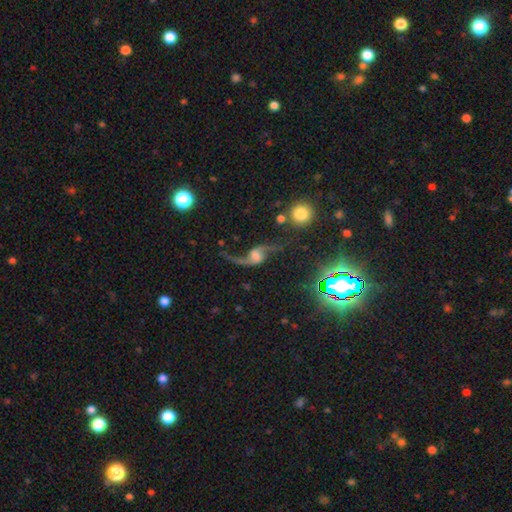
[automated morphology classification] smooth-or-featured: featured or disk: 83% | star or artifact: 9% | smooth: 8%
  disk-edge-on: no: 95% | yes: 5%
    bar: no: 50% | weak: 37% | strong: 13%
    has-spiral-arms: yes: 95% | no: 5%
      spiral-winding: loose: 93% | medium: 5% | tight: 2%
      spiral-arm-count: 2: 93% | 1: 3% | can't tell: 1% | 3: 1% | 4: 1% | more than 4: 1%
    bulge-size: moderate: 29% | large: 23% | small: 21% | none: 21% | dominant: 7%
  merging: none: 61% | major disturbance: 16% | minor disturbance: 16% | merger: 7%